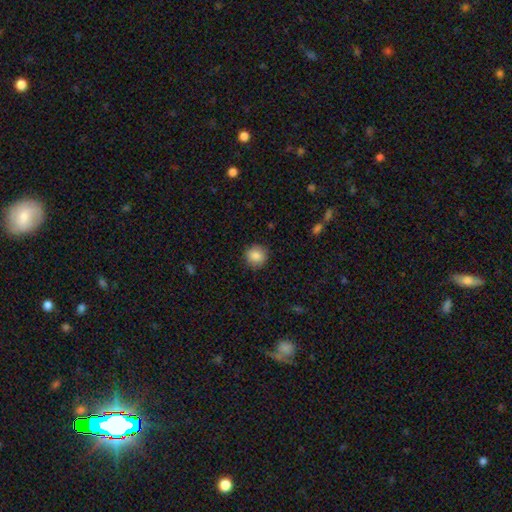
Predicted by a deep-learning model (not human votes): smooth 87%, star or artifact 9%, featured or disk 5%. Down the decision tree: how rounded — round (90%); merging — none (89%).